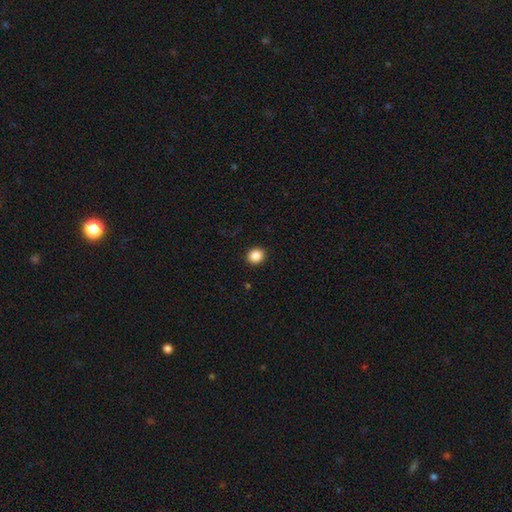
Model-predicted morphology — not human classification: Overall: smooth (87%). How rounded: round (78%). Merging: none (92%).